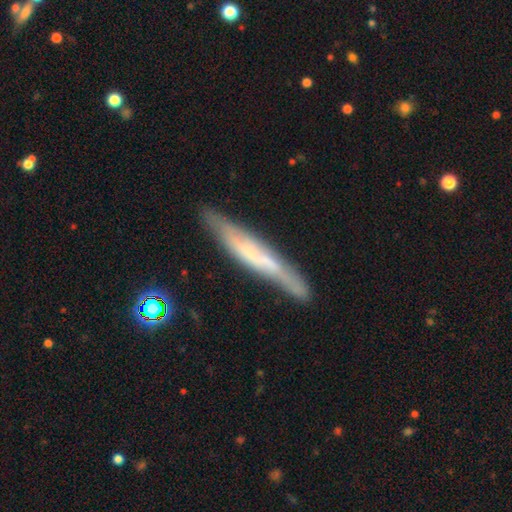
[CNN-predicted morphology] Smooth or featured? Predicted: featured or disk (p=0.58). Edge-on disk? Predicted: yes (p=0.81). Merging? Predicted: none (p=0.77).